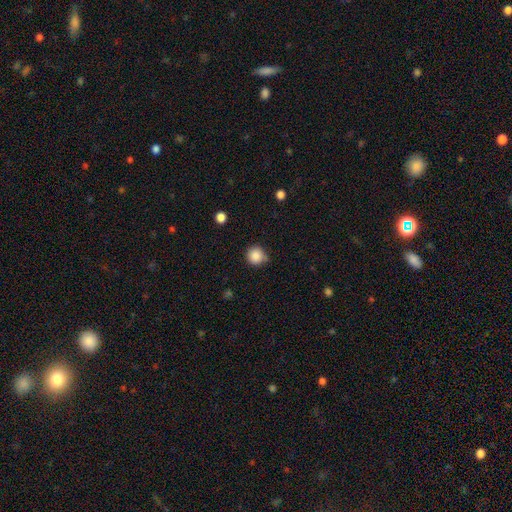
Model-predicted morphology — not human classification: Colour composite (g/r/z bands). It shows a smooth galaxy with no disk features (86%) that is round (94%). Merging: none (75%).